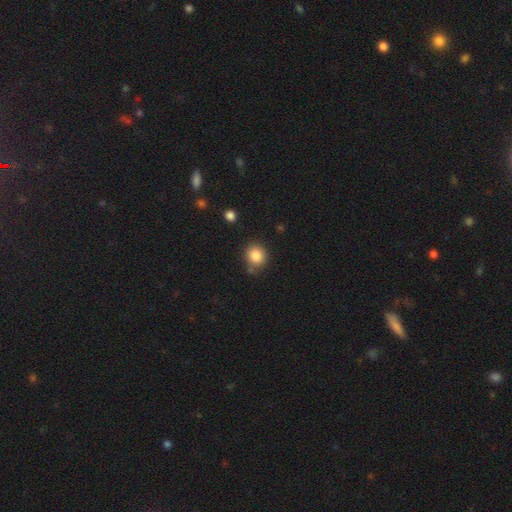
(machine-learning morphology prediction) Q: Smooth or featured?
A: smooth (86%); runner-up: star or artifact (10%)
Q: How rounded?
A: round (82%); runner-up: in between (17%)
Q: Merging?
A: none (78%); runner-up: minor disturbance (12%)